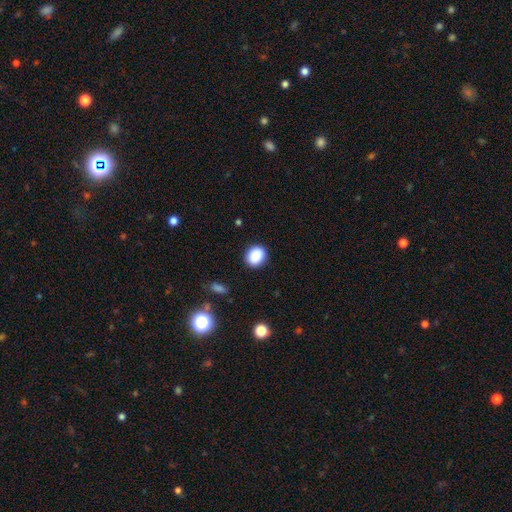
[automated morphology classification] Overall: smooth (88%). How rounded: round (55%; in between 44%). Merging: none (88%).